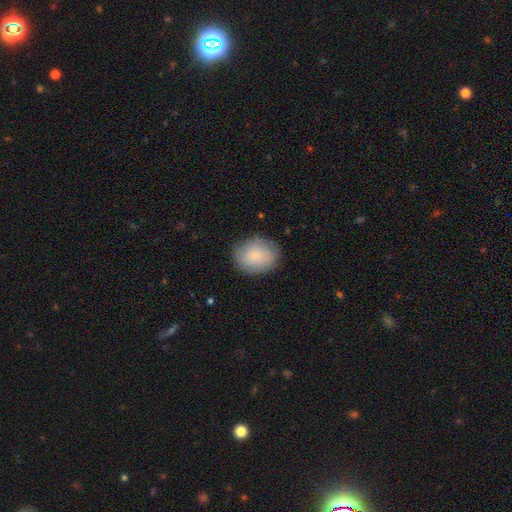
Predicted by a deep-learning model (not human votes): smooth 73%, featured or disk 20%, star or artifact 8%. Down the decision tree: how rounded — round (56%); merging — none (79%).